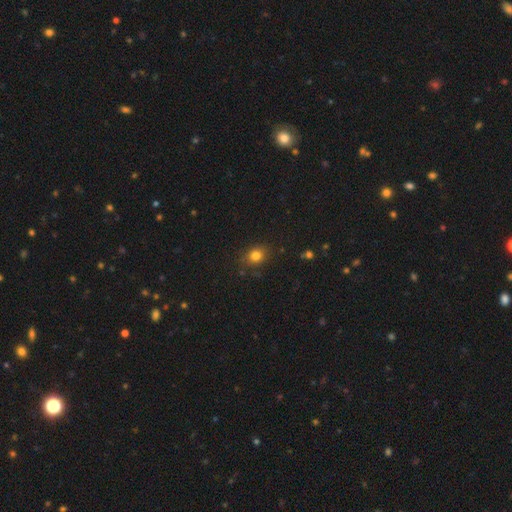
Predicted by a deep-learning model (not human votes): Morphology: type=smooth (81%); roundness=round (56%); merging=none (82%).